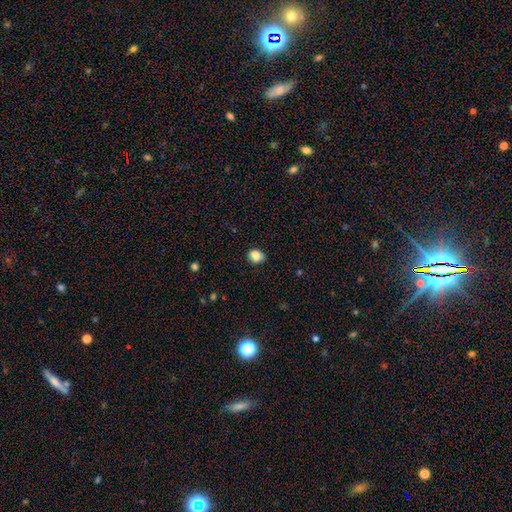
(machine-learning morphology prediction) smooth 83%, star or artifact 10%, featured or disk 7%. Down the decision tree: how rounded — round (57%); merging — none (76%).